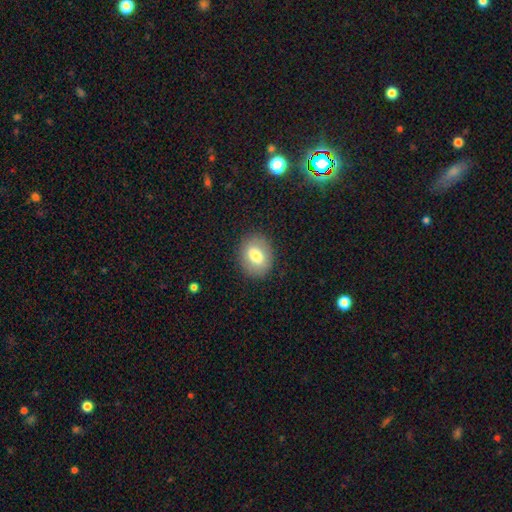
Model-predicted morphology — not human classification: A smooth galaxy with no disk features (74%) that is in between round and cigar-shaped (59%). Merging: none (86%).